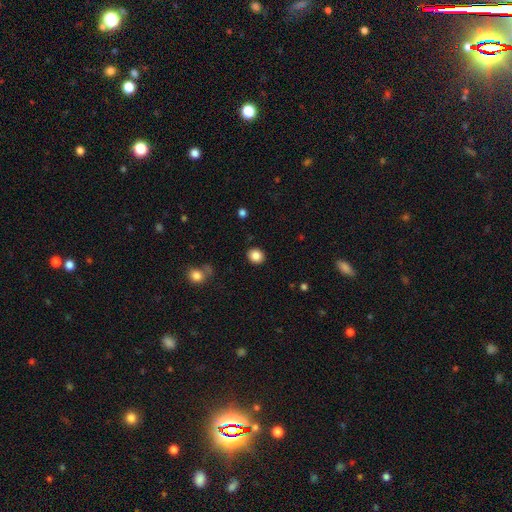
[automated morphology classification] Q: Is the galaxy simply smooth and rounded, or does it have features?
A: smooth — 86%.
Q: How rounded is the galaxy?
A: round — 69%.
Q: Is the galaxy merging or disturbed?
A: none — 89%.